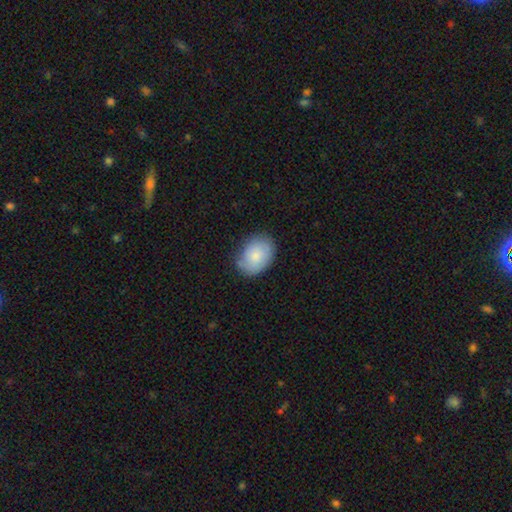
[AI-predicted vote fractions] Q: Smooth or featured?
A: smooth (78%); runner-up: featured or disk (15%)
Q: How rounded?
A: in between (74%); runner-up: round (25%)
Q: Merging?
A: none (73%); runner-up: minor disturbance (21%)